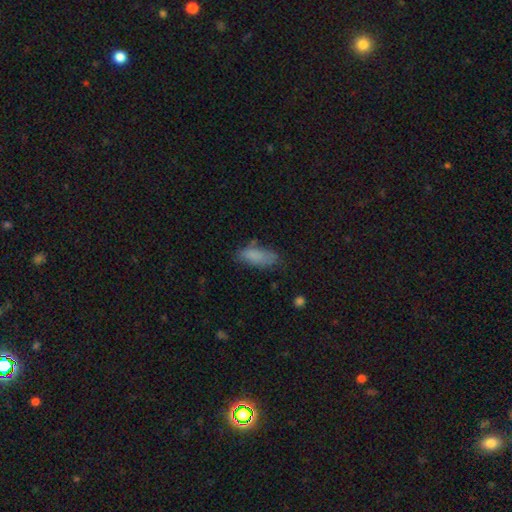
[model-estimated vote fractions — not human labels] Smooth or featured?
  - smooth: 83% *
  - featured or disk: 9%
  - star or artifact: 8%
How rounded?
  - in between: 75% *
  - cigar-shaped: 23%
  - round: 2%
Merging?
  - none: 61% *
  - minor disturbance: 27%
  - major disturbance: 9%
  - merger: 4%